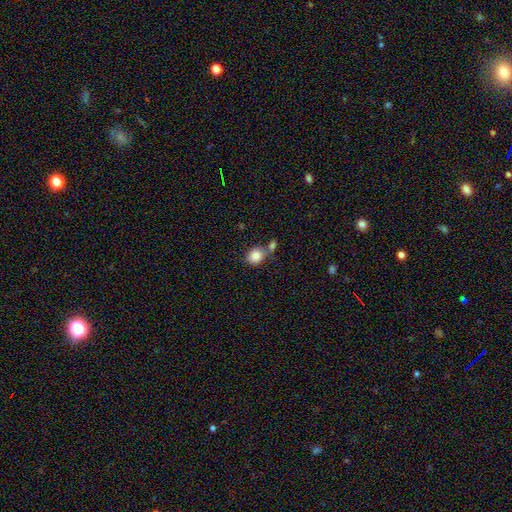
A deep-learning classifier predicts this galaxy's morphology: type=smooth (85%); roundness=round (59%); merging=none (51%).